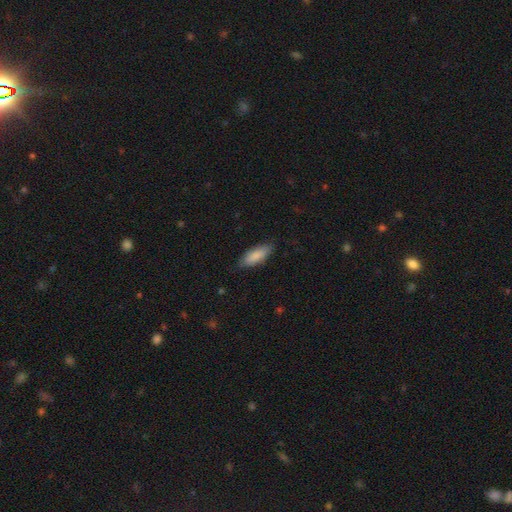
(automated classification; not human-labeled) Smooth or featured?
  - smooth: 86% *
  - featured or disk: 9%
  - star or artifact: 5%
How rounded?
  - in between: 69% *
  - cigar-shaped: 29%
  - round: 2%
Merging?
  - none: 82% *
  - minor disturbance: 14%
  - major disturbance: 3%
  - merger: 1%